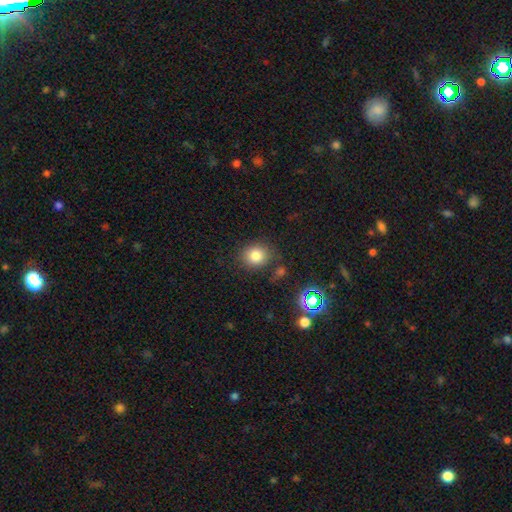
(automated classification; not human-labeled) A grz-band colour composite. It shows a smooth galaxy with no disk features (81%) that is round (75%). Merging: none (78%).